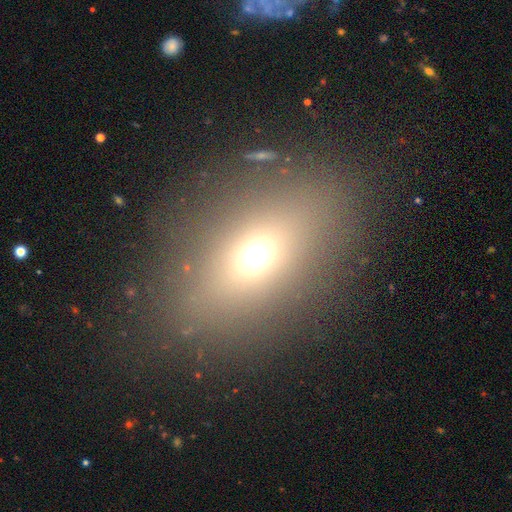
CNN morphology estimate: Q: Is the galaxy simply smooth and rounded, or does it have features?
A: smooth — 63%.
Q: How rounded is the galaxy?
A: in between — 69%.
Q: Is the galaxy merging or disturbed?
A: none — 83%.